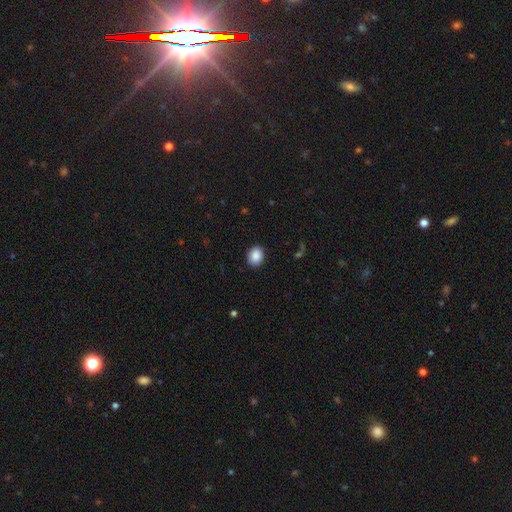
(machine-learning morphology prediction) This is clearly a smooth galaxy (89%). How rounded: possibly in between (50%). Merging: clearly none (89%).